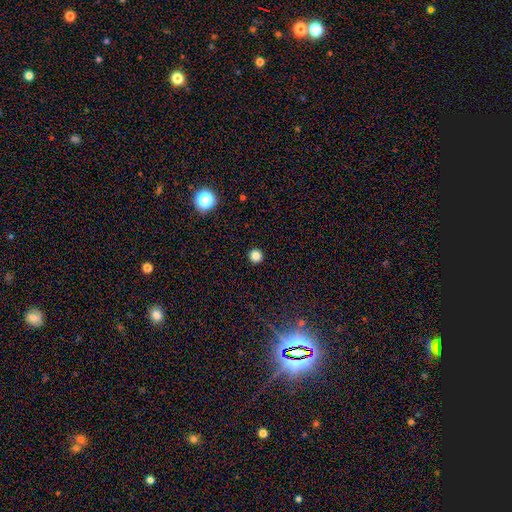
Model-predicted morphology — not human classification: Smooth or featured?
  - smooth: 83% *
  - star or artifact: 13%
  - featured or disk: 4%
How rounded?
  - round: 96% *
  - in between: 3%
  - cigar-shaped: 1%
Merging?
  - none: 94% *
  - minor disturbance: 4%
  - major disturbance: 1%
  - merger: 1%